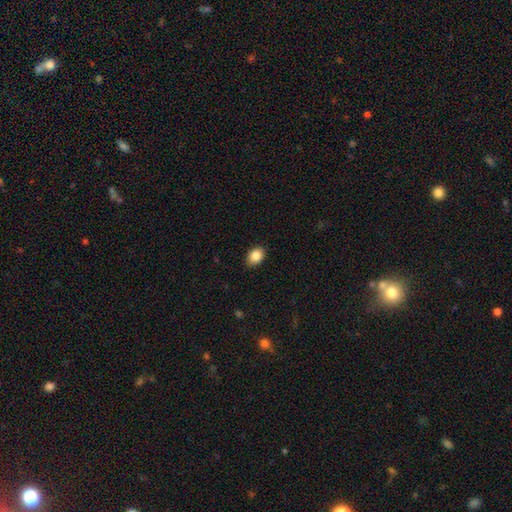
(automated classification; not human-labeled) This is clearly a smooth galaxy (86%). How rounded: likely in between (72%). Merging: clearly none (85%).